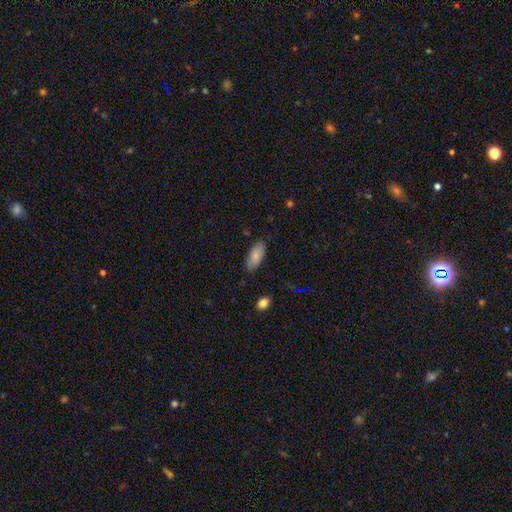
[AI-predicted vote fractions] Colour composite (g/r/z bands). It shows a smooth galaxy with no disk features (83%) that is in between round and cigar-shaped (84%). Merging: none (81%).